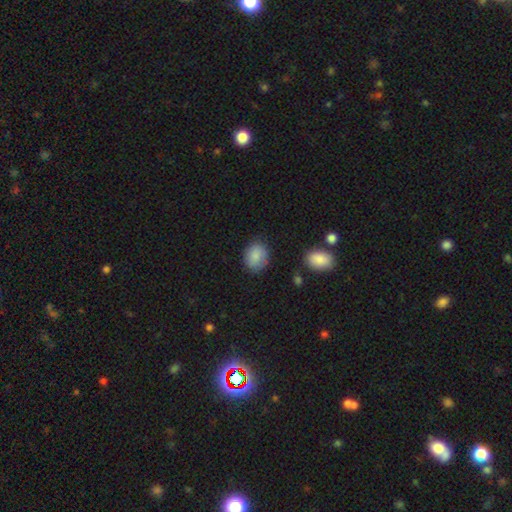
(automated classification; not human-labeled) Smooth or featured? smooth (87%)
How rounded? in between (51%)
Merging? none (80%)